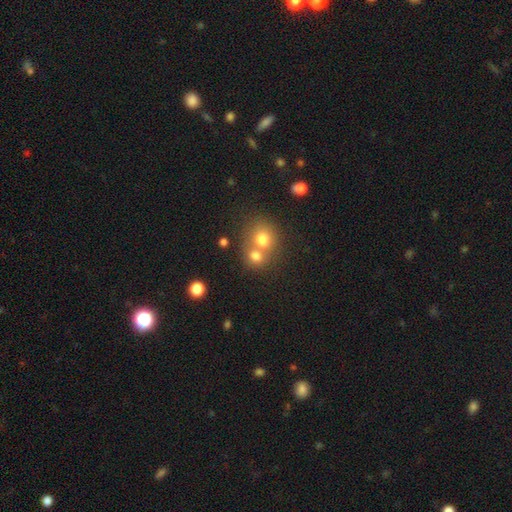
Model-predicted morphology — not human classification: Smooth or featured?
  - smooth: 75% *
  - star or artifact: 13%
  - featured or disk: 13%
How rounded?
  - round: 74% *
  - in between: 25%
  - cigar-shaped: 1%
Merging?
  - merger: 56% *
  - none: 35%
  - minor disturbance: 6%
  - major disturbance: 3%